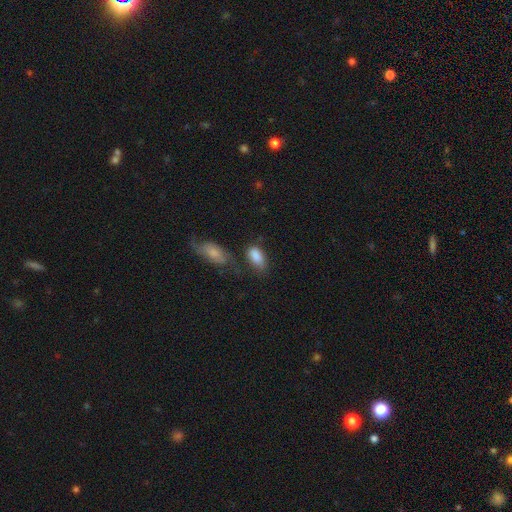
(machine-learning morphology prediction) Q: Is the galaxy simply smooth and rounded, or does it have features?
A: smooth — 85%.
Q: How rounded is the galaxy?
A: in between — 92%.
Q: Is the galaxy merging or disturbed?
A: none — 50%.